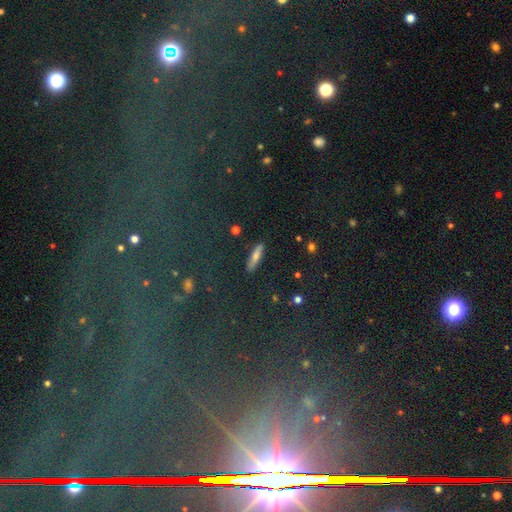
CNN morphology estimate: Smooth or featured?
  - smooth: 53% *
  - featured or disk: 24%
  - star or artifact: 23%
How rounded?
  - cigar-shaped: 65% *
  - in between: 27%
  - round: 9%
Merging?
  - none: 88% *
  - minor disturbance: 7%
  - major disturbance: 2%
  - merger: 2%